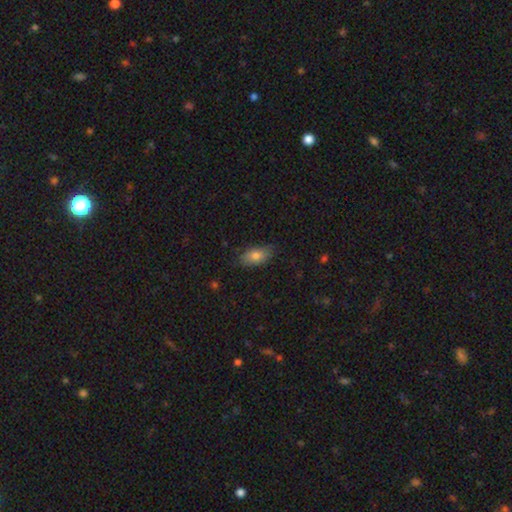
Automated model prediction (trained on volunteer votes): smooth 79%, featured or disk 14%, star or artifact 8%. Down the decision tree: how rounded — in between (89%); merging — none (80%).